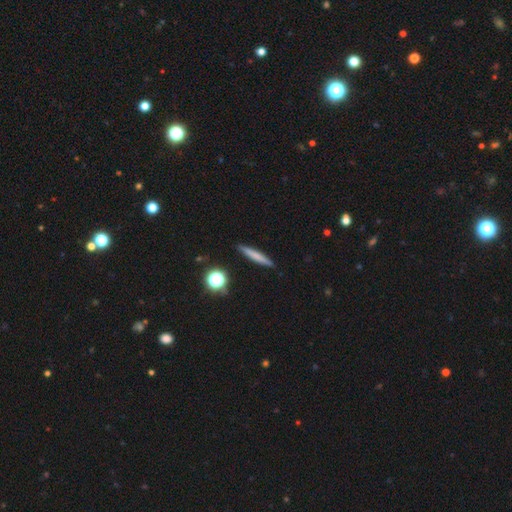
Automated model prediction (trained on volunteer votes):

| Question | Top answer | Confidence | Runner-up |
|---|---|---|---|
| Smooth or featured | smooth | 66% | featured or disk (25%) |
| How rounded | cigar-shaped | 93% | in between (4%) |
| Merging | none | 90% | minor disturbance (7%) |